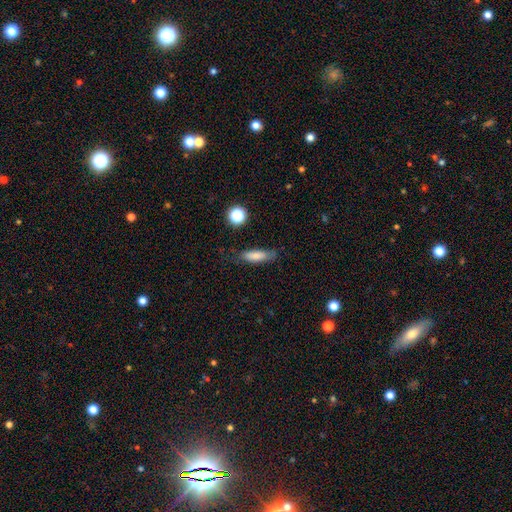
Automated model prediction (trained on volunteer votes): smooth 78%, featured or disk 13%, star or artifact 9%. Down the decision tree: how rounded — cigar-shaped (53%); merging — none (70%).